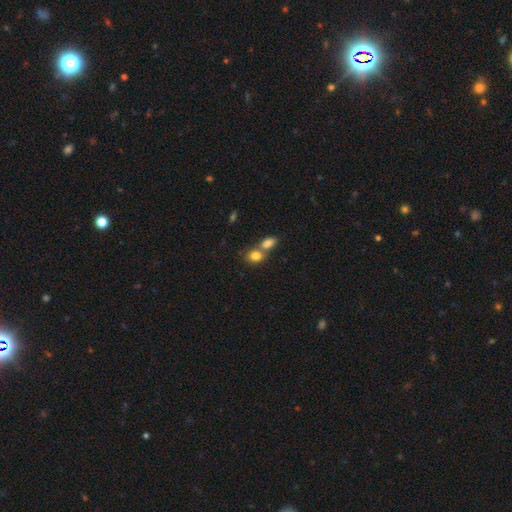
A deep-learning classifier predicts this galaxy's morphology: smooth_or_featured: smooth (p=0.81) [alt: star or artifact p=0.10]
how_rounded: in between (p=0.56) [alt: round p=0.43]
merging: merger (p=0.57) [alt: none p=0.33]